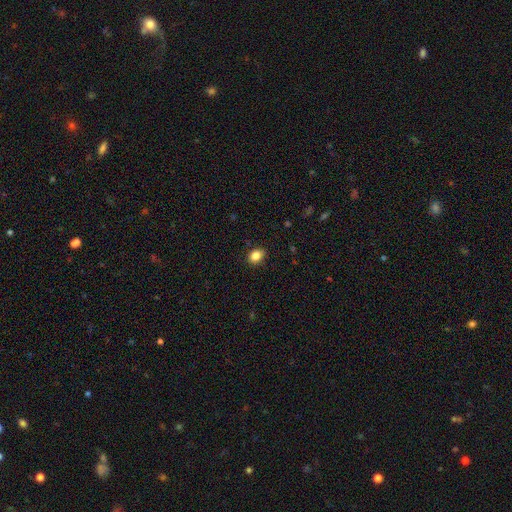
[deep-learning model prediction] A smooth galaxy with no disk features (86%) that is in between round and cigar-shaped (69%). Merging: none (88%).